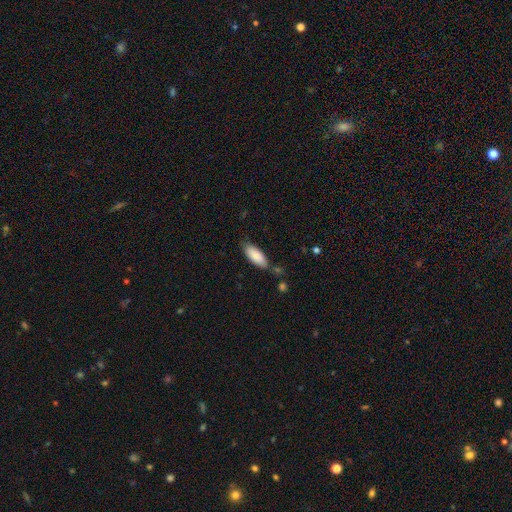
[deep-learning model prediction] smooth_or_featured: smooth (p=0.88) [alt: star or artifact p=0.06]
how_rounded: in between (p=0.79) [alt: cigar-shaped p=0.20]
merging: none (p=0.70) [alt: minor disturbance p=0.20]